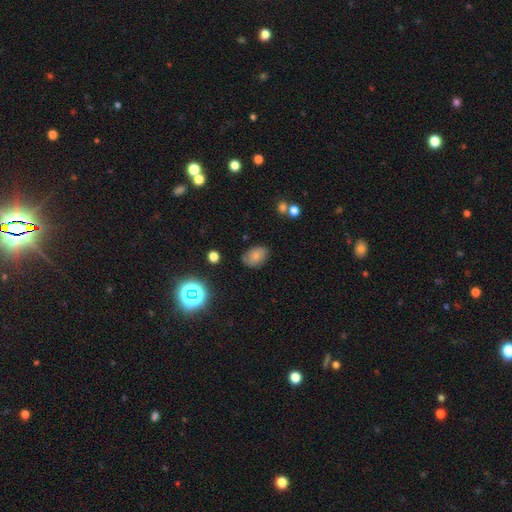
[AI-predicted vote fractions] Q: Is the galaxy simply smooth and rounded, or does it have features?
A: smooth — 75%.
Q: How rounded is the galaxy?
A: in between — 82%.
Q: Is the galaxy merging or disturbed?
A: none — 77%.